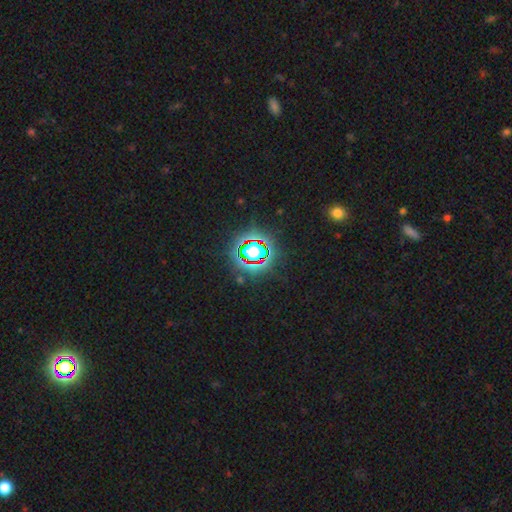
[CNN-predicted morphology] Smooth or featured?
  - star or artifact: 79% *
  - smooth: 13%
  - featured or disk: 8%